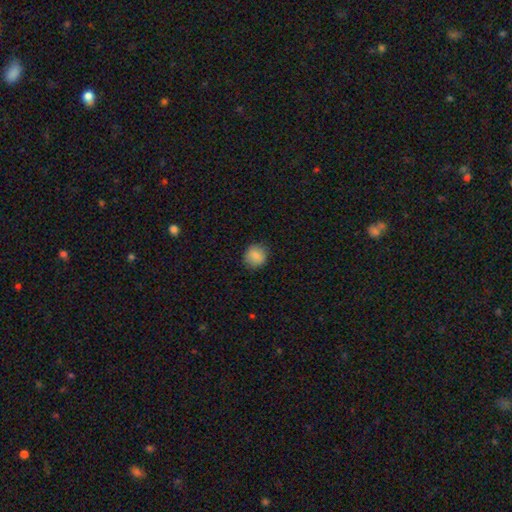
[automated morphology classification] Smooth or featured? smooth (85%)
How rounded? round (88%)
Merging? none (88%)